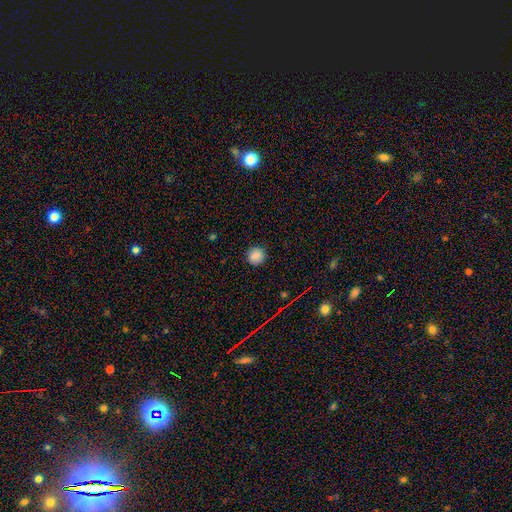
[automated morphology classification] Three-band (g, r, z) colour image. It shows a smooth galaxy with no disk features (84%) that is round (92%). Merging: none (90%).